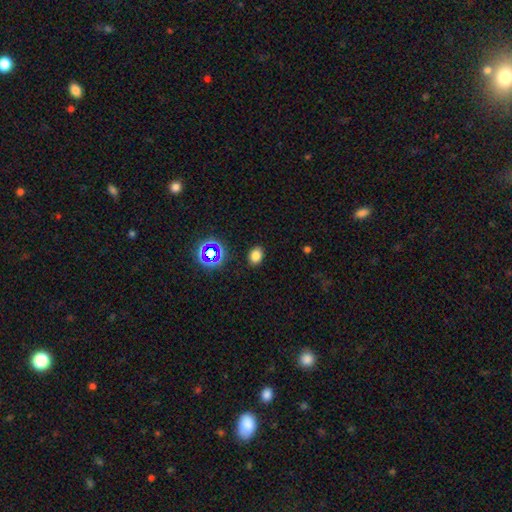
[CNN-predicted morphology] This is likely a smooth galaxy (76%). How rounded: likely in between (62%). Merging: clearly none (87%).